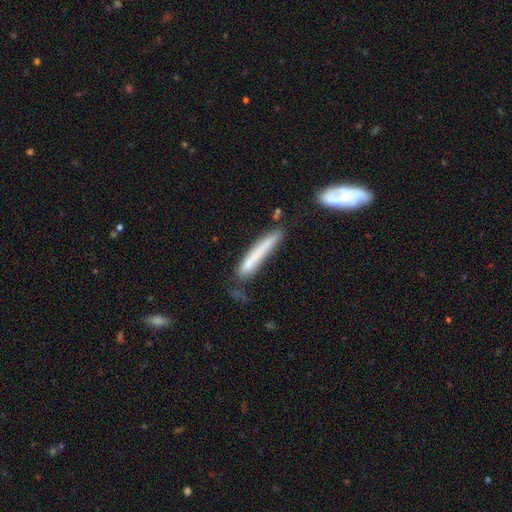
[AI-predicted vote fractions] Smooth or featured: smooth — 64% (featured or disk — 29%)
How rounded: cigar-shaped — 95% (in between — 4%)
Merging: none — 59% (minor disturbance — 24%)